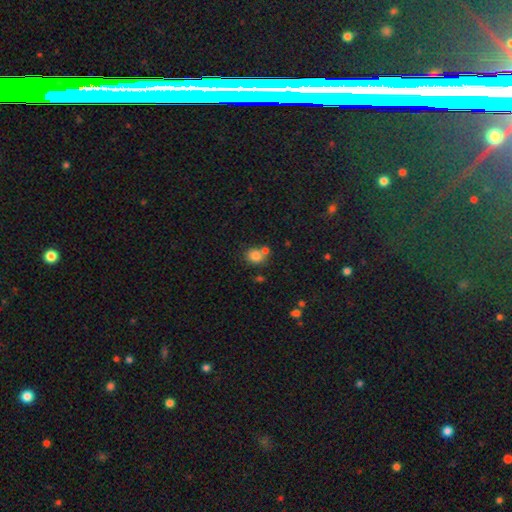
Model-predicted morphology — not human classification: smooth 82%, star or artifact 11%, featured or disk 7%. Down the decision tree: how rounded — round (63%); merging — none (57%).